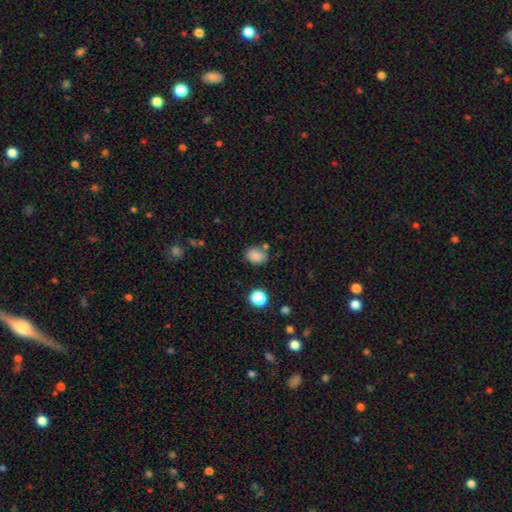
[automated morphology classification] Smooth or featured? smooth (83%)
How rounded? round (52%)
Merging? none (73%)